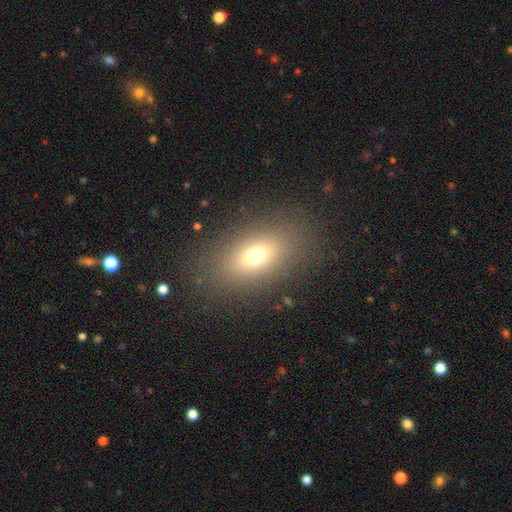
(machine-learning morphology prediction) Overall: smooth (68%). How rounded: in between (82%). Merging: none (85%).